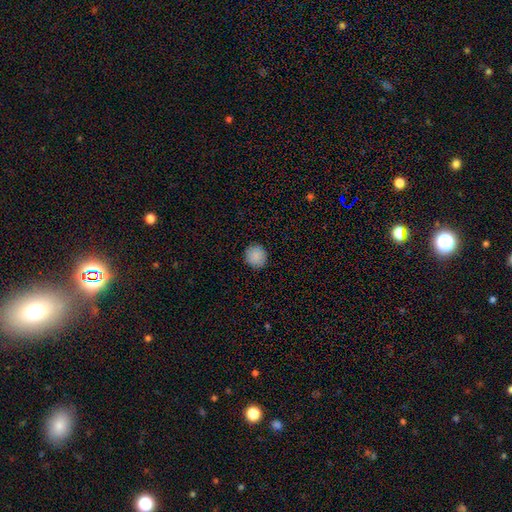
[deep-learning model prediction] Overall: smooth (88%). How rounded: round (91%). Merging: none (90%).